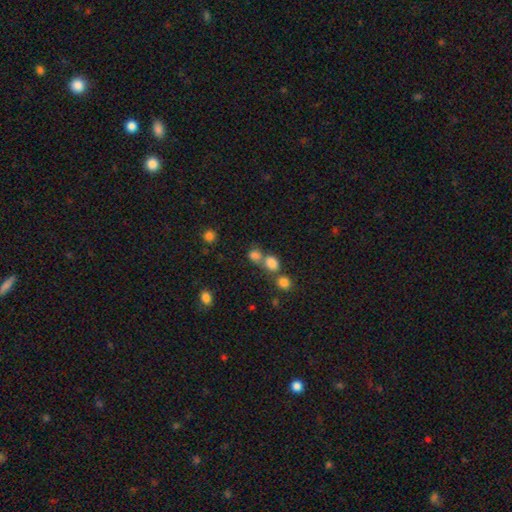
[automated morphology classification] Overall: smooth (77%). How rounded: round (73%). Merging: merger (45%; none 44%).